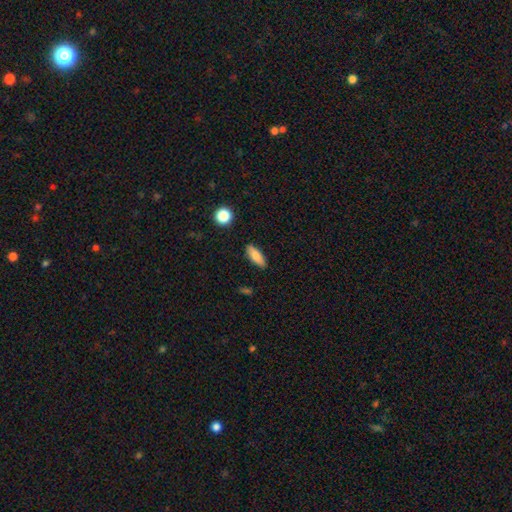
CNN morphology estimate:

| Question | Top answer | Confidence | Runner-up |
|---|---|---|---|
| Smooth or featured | smooth | 78% | featured or disk (14%) |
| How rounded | in between | 65% | cigar-shaped (32%) |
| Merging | none | 87% | minor disturbance (10%) |